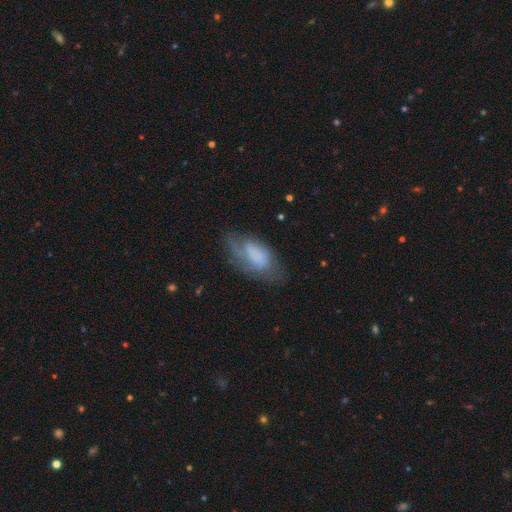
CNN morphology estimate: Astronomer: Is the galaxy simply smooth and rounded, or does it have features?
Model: smooth — 47% (runner-up: featured or disk, 45%).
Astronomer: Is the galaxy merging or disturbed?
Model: none — 50% (runner-up: minor disturbance, 28%).